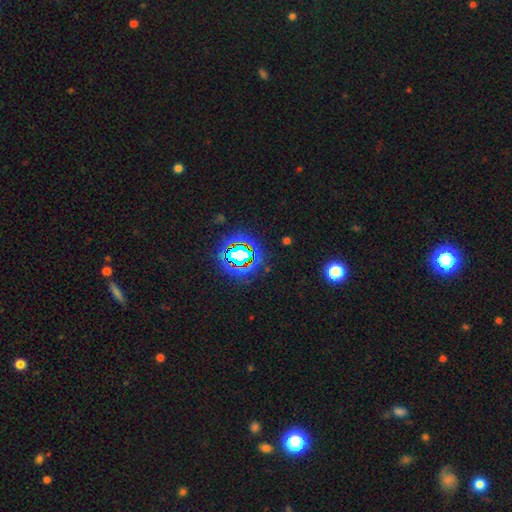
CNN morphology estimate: Q: Smooth or featured?
A: star or artifact (75%); runner-up: smooth (16%)